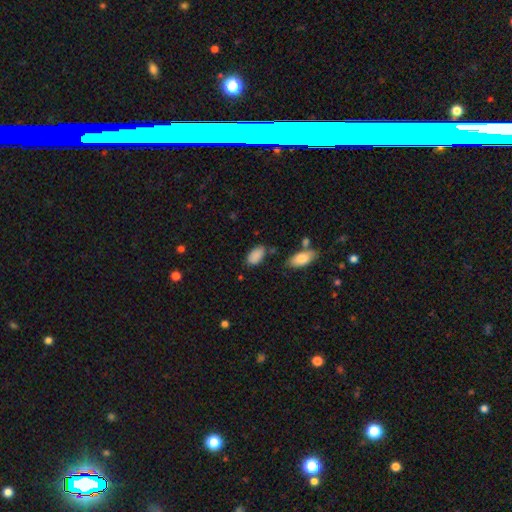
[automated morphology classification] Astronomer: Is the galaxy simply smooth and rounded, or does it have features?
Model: smooth — 87%.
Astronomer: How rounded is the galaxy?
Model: in between — 94%.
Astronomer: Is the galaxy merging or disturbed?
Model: none — 71%.